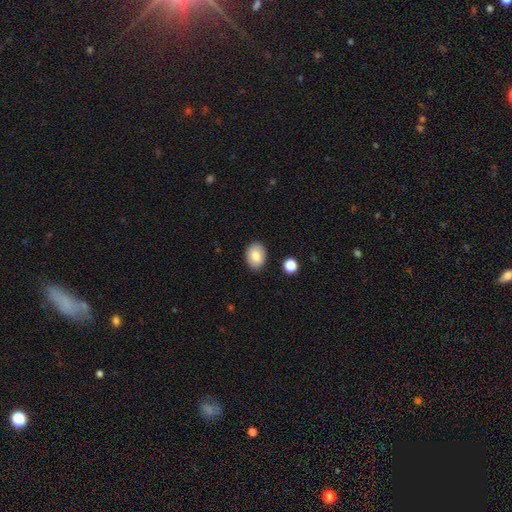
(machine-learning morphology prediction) smooth 83%, featured or disk 10%, star or artifact 8%. Down the decision tree: how rounded — in between (68%); merging — none (86%).